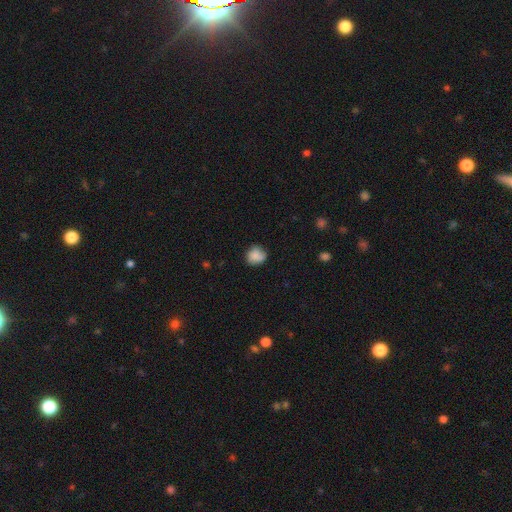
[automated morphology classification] Smooth or featured?
  - smooth: 82% *
  - featured or disk: 9%
  - star or artifact: 9%
How rounded?
  - round: 79% *
  - in between: 20%
  - cigar-shaped: 1%
Merging?
  - none: 65% *
  - minor disturbance: 25%
  - major disturbance: 6%
  - merger: 4%